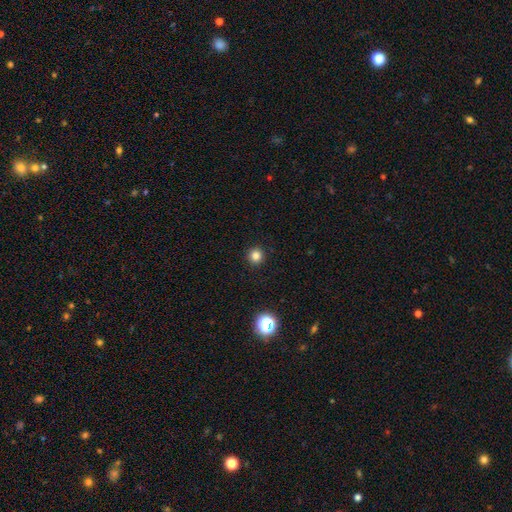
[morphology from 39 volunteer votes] smooth-or-featured: smooth: 79% | featured or disk: 13% | star or artifact: 8%
  how-rounded: round: 87% | in between: 13% | cigar-shaped: 0%
  merging: none: 86% | minor disturbance: 11% | major disturbance: 3% | merger: 0%